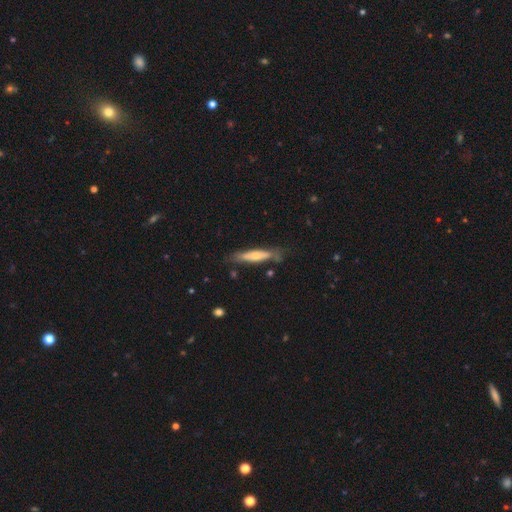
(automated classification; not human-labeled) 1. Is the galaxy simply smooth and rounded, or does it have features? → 48% smooth, 46% featured or disk, 6% star or artifact.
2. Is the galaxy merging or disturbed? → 66% none, 23% minor disturbance, 7% major disturbance, 4% merger.